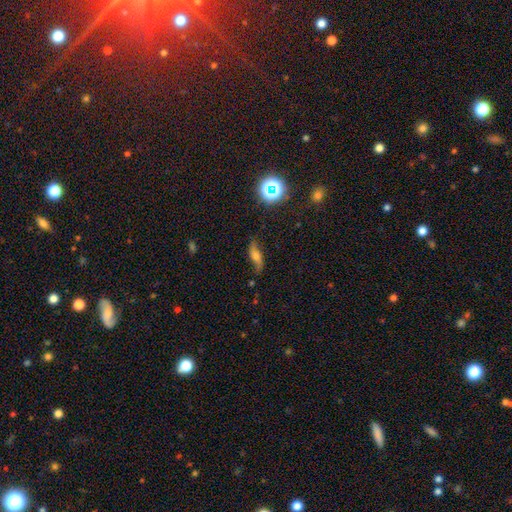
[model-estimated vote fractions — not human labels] Smooth or featured: smooth — 44% (featured or disk — 41%)
Merging: none — 67% (minor disturbance — 22%)